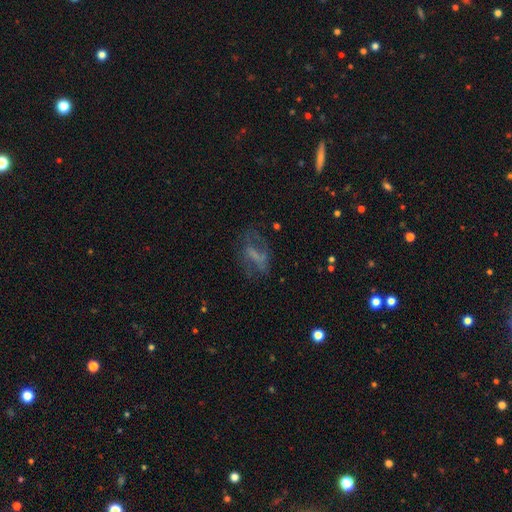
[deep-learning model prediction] Overall: featured or disk (50%; smooth 33%). Merging: none (50%; major disturbance 27%).